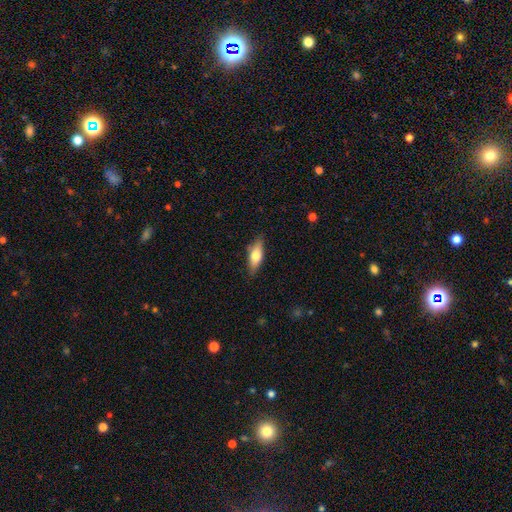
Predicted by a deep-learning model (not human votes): Q: Smooth or featured?
A: smooth (66%); runner-up: featured or disk (28%)
Q: How rounded?
A: in between (65%); runner-up: cigar-shaped (33%)
Q: Merging?
A: none (83%); runner-up: minor disturbance (13%)